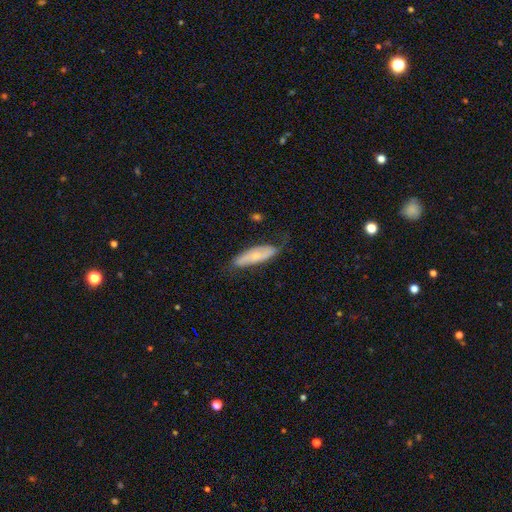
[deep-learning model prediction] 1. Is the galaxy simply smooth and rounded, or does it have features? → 48% featured or disk, 45% smooth, 6% star or artifact.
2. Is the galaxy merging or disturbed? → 67% none, 24% minor disturbance, 7% major disturbance, 1% merger.